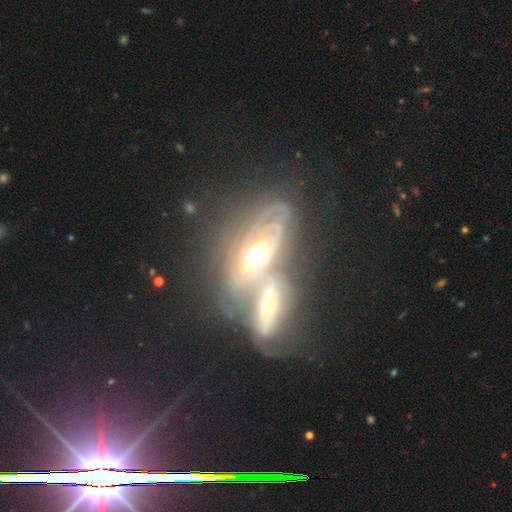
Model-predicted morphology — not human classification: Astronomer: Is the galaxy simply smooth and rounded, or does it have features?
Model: featured or disk — 74%.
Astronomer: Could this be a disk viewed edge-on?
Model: no — 82%.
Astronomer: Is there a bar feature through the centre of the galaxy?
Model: no — 64%.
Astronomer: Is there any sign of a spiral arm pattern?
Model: yes — 64%.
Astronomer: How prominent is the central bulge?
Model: moderate — 50% (runner-up: large, 34%).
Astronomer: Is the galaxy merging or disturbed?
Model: merger — 62%.